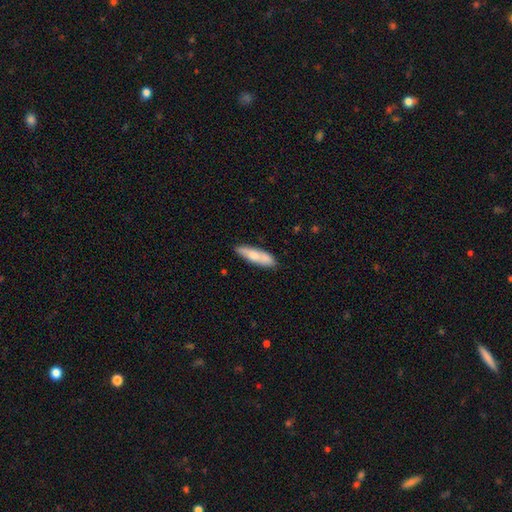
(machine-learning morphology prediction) The model was most divided on "how rounded": cigar-shaped: 62%, in between: 36%, round: 2%. More confident: merging — none (81%); smooth or featured — smooth (67%).